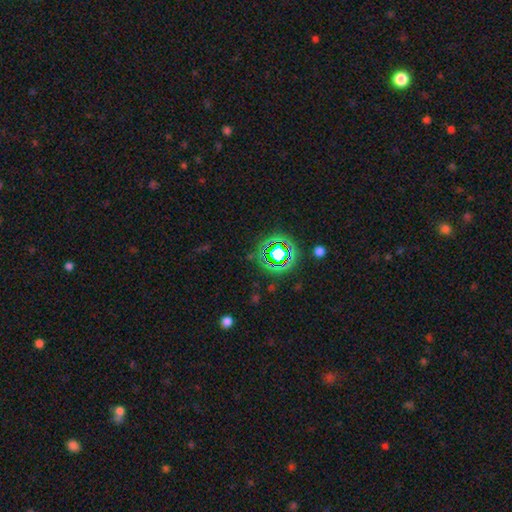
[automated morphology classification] The model was most divided on "smooth or featured": star or artifact: 70%, smooth: 22%, featured or disk: 9%.